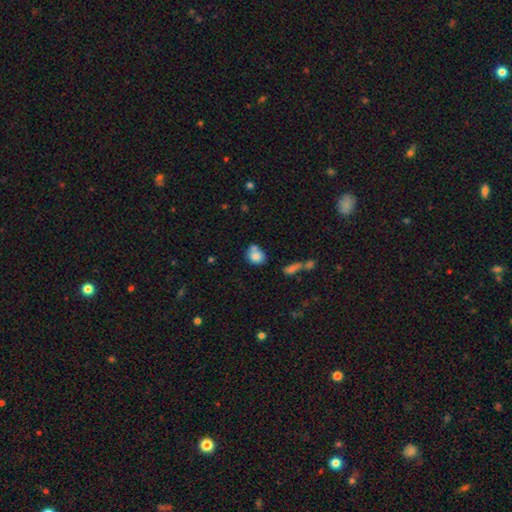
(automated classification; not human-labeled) smooth-or-featured: smooth: 78% | featured or disk: 12% | star or artifact: 9%
  how-rounded: round: 52% | in between: 46% | cigar-shaped: 1%
  merging: none: 47% | merger: 31% | minor disturbance: 16% | major disturbance: 6%